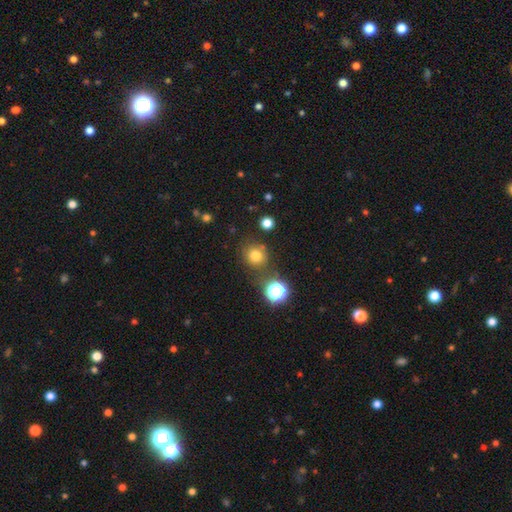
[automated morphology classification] Smooth or featured: smooth — 76% (star or artifact — 17%)
How rounded: round — 88% (in between — 11%)
Merging: none — 78% (minor disturbance — 11%)